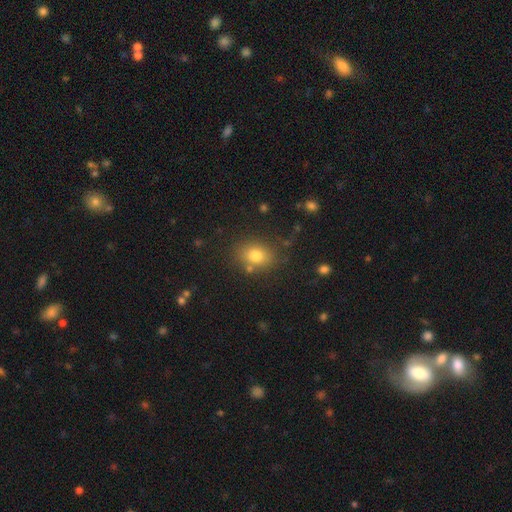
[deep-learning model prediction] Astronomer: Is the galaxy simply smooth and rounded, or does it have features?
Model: smooth — 77%.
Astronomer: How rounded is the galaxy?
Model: in between — 58% (runner-up: round, 41%).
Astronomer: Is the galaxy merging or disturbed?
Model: none — 79%.